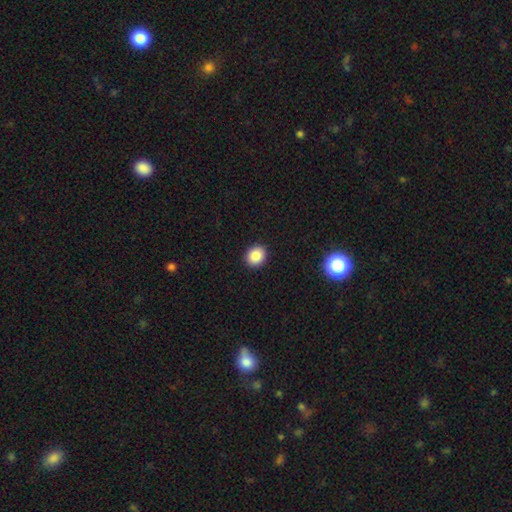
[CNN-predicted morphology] Smooth or featured?
  - smooth: 86% *
  - star or artifact: 9%
  - featured or disk: 4%
How rounded?
  - round: 72% *
  - in between: 27%
  - cigar-shaped: 1%
Merging?
  - none: 92% *
  - minor disturbance: 5%
  - major disturbance: 2%
  - merger: 1%